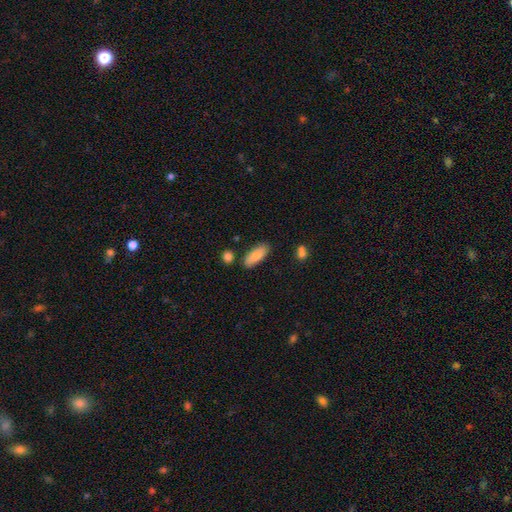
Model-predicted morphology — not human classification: A smooth galaxy with no disk features (83%) that is in between round and cigar-shaped (78%).

Vote fractions:
- Smooth or featured? smooth: 83% / featured or disk: 10% / star or artifact: 6%
- How rounded? in between: 78% / cigar-shaped: 20% / round: 2%
- Merging? none: 82% / minor disturbance: 12% / merger: 4% / major disturbance: 2%